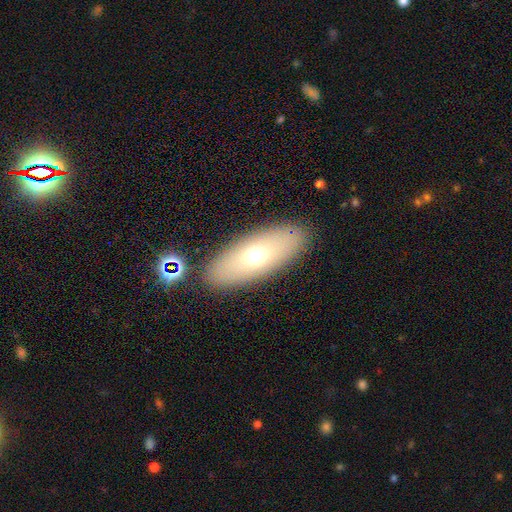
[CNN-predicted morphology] This is likely a smooth galaxy (65%). How rounded: likely in between (78%). Merging: clearly none (85%).